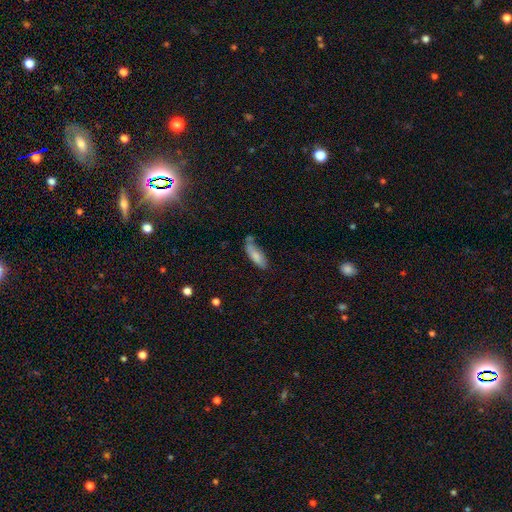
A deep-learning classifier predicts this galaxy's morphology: smooth 78%, featured or disk 16%, star or artifact 7%. Down the decision tree: how rounded — in between (58%); merging — none (50%).